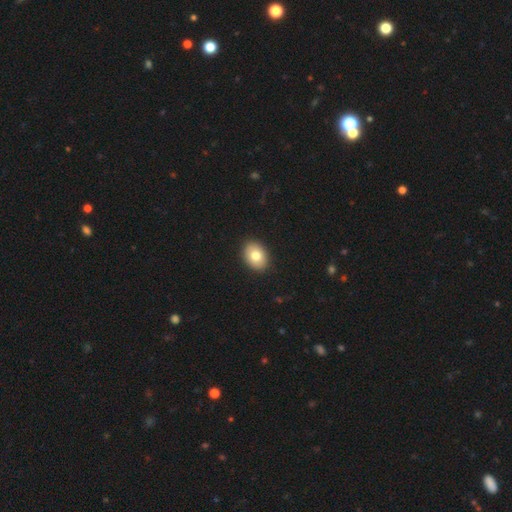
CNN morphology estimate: The model was most divided on "how rounded": in between: 71%, round: 28%, cigar-shaped: 1%. More confident: merging — none (91%); smooth or featured — smooth (79%).